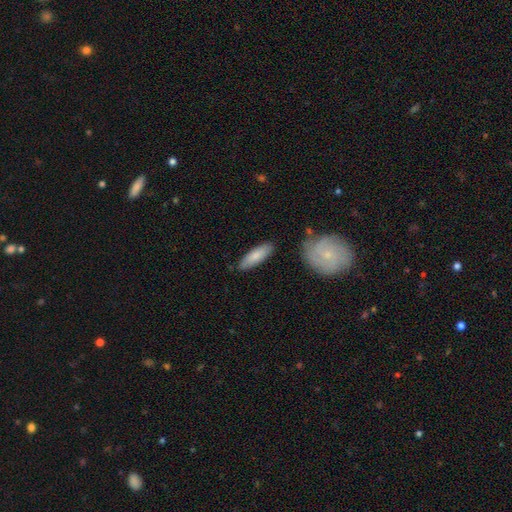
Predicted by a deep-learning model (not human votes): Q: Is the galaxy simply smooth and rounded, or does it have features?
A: smooth — 78%.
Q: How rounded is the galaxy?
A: cigar-shaped — 54%.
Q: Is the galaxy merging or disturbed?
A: none — 83%.